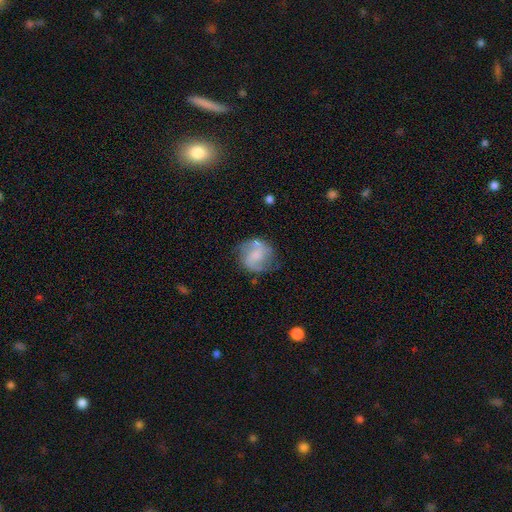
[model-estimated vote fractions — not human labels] Overall: featured or disk (64%; smooth 29%). Edge-on disk: no (98%). Bar: no (47%; weak 43%). Spiral arms: yes (88%). Spiral arm count: 2 (85%). Spiral winding: medium (49%; loose 31%). Bulge size: small (33%; none 30%). Merging: none (67%).